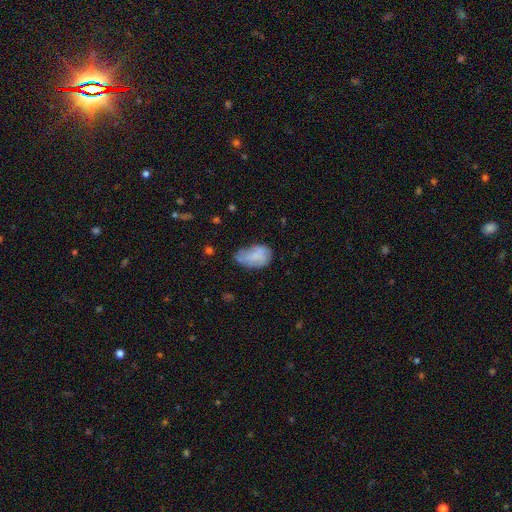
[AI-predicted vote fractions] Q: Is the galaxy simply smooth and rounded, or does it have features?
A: smooth — 68%.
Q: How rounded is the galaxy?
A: in between — 90%.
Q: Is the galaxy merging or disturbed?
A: none — 42%.